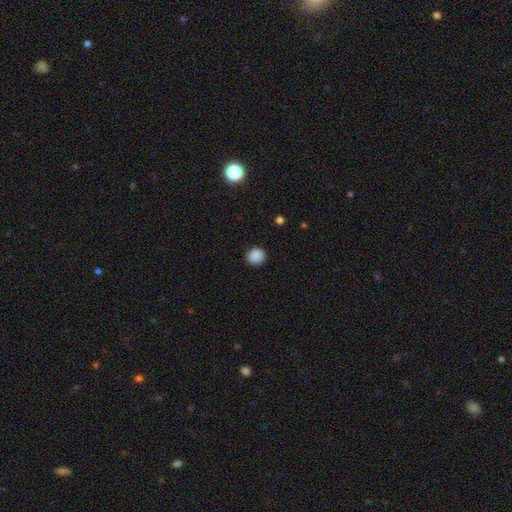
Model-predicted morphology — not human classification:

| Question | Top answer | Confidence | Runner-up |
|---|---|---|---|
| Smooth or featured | smooth | 88% | star or artifact (9%) |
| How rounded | round | 90% | in between (9%) |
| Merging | none | 90% | minor disturbance (7%) |